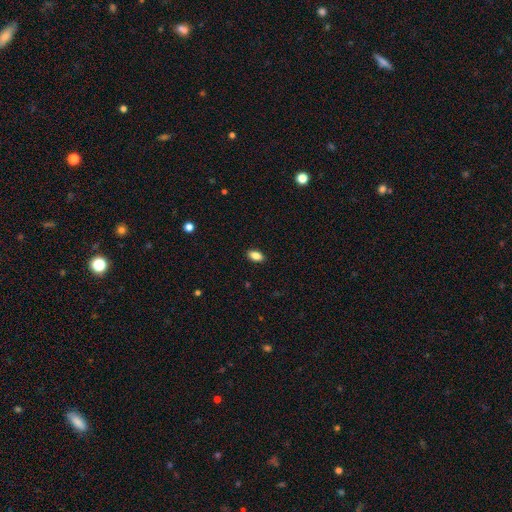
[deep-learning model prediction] The model was most divided on "smooth or featured": smooth: 86%, star or artifact: 8%, featured or disk: 6%. More confident: how rounded — in between (91%); merging — none (89%).